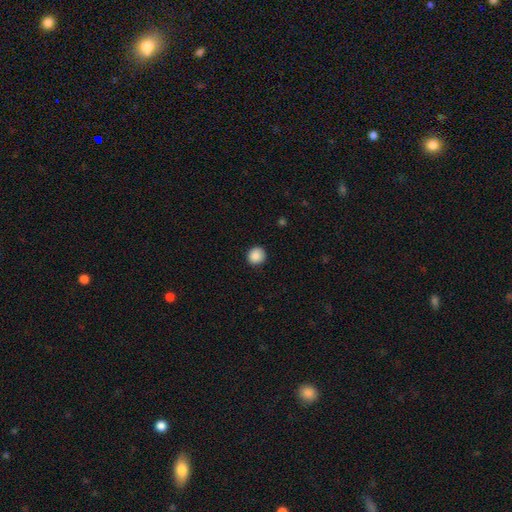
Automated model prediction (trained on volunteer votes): Smooth or featured?
  - smooth: 89% *
  - star or artifact: 9%
  - featured or disk: 3%
How rounded?
  - round: 91% *
  - in between: 8%
  - cigar-shaped: 1%
Merging?
  - none: 90% *
  - minor disturbance: 7%
  - major disturbance: 2%
  - merger: 1%